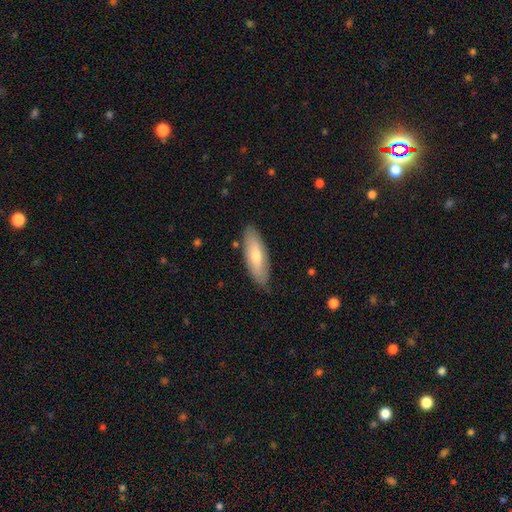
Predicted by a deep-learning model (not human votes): The model was most divided on "how rounded": in between: 63%, cigar-shaped: 35%, round: 2%. More confident: merging — none (82%); smooth or featured — smooth (66%).